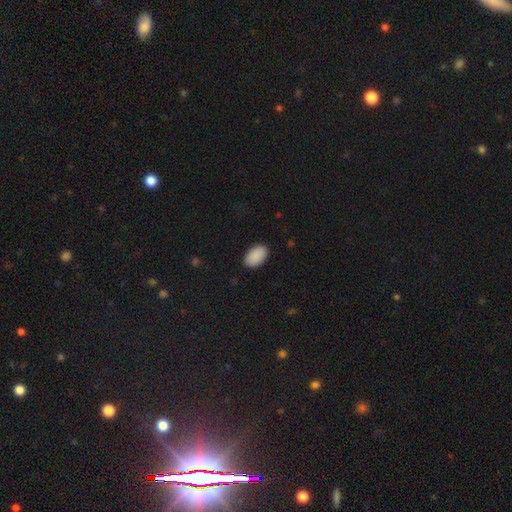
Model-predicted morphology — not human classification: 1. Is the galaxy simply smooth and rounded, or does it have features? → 91% smooth, 6% star or artifact, 3% featured or disk.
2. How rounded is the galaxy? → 94% in between, 5% round, 1% cigar-shaped.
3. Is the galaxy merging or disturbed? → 89% none, 8% minor disturbance, 2% major disturbance, 1% merger.